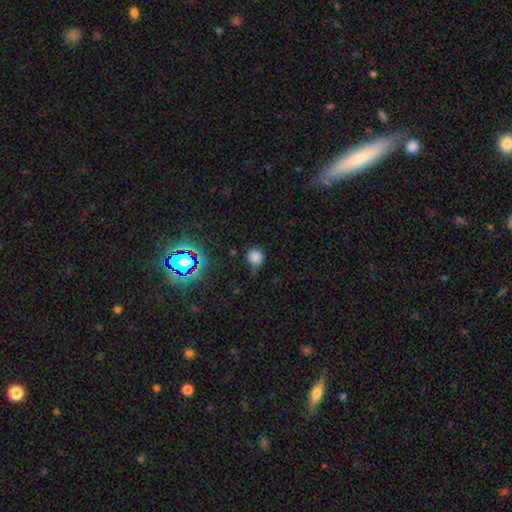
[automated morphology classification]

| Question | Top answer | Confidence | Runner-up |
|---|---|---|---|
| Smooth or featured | smooth | 78% | star or artifact (17%) |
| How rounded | round | 87% | in between (12%) |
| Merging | none | 79% | minor disturbance (15%) |